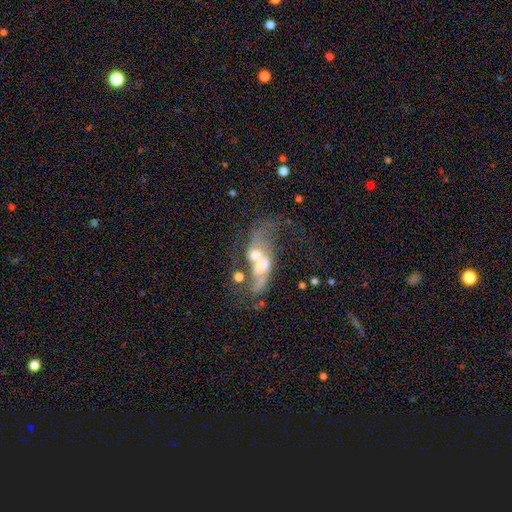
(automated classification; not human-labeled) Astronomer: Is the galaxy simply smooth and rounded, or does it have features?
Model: featured or disk — 68%.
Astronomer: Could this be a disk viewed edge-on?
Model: no — 89%.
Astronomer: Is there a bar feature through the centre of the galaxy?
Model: no — 59%.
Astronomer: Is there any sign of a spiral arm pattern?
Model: yes — 67%.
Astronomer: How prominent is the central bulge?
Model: moderate — 53%.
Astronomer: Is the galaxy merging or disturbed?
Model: merger — 48%.